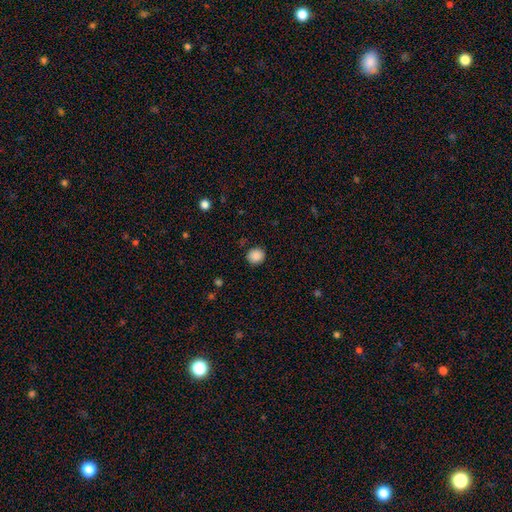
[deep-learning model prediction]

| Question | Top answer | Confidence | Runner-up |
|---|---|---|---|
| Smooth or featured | smooth | 88% | star or artifact (9%) |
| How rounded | round | 82% | in between (17%) |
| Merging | none | 87% | minor disturbance (9%) |